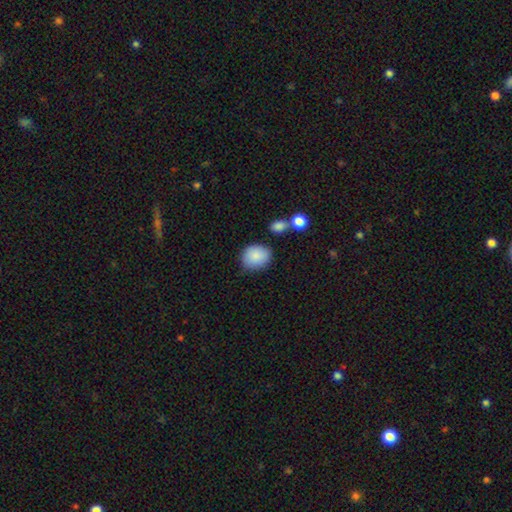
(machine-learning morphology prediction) The model was most divided on "how rounded": round: 60%, in between: 38%, cigar-shaped: 1%. More confident: smooth or featured — smooth (87%); merging — none (76%).